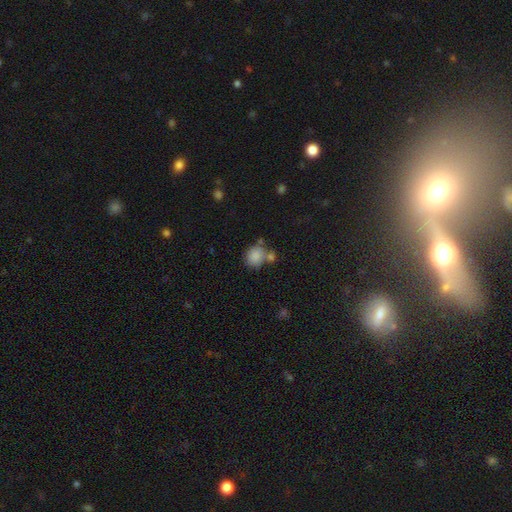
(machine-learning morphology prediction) This is clearly a smooth galaxy (84%). How rounded: likely round (74%). Merging: possibly none (56%).